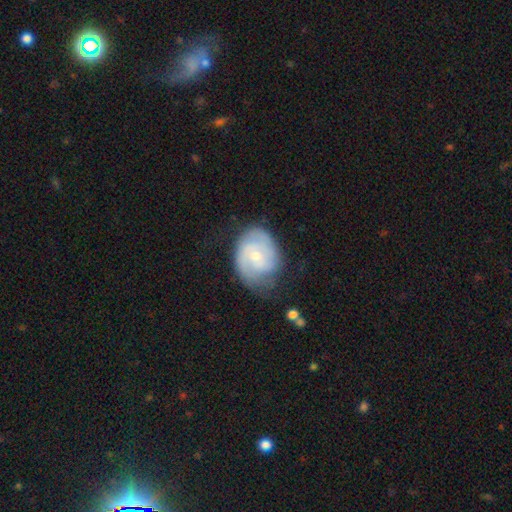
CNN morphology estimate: The model was most divided on "spiral arm count": 2: 44%, can't tell: 32%, 3: 11%, 1: 7%, 4: 3%, more than 4: 3%. More confident: edge-on disk — no (97%); spiral arms — yes (87%); smooth or featured — featured or disk (67%); bar — no (60%); bulge size — small (58%); merging — none (57%); spiral winding — tight (55%).